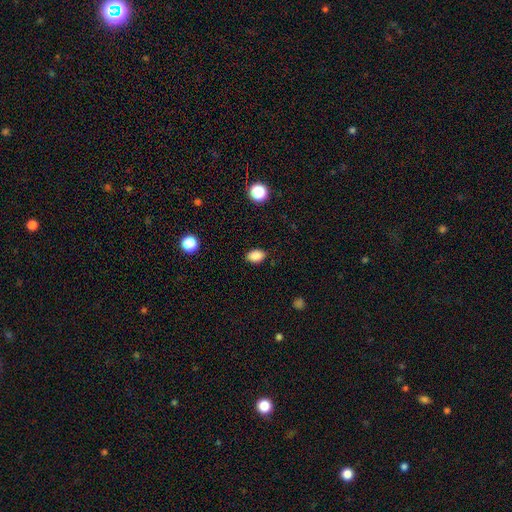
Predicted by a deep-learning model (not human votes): Smooth or featured: smooth — 87% (star or artifact — 10%)
How rounded: in between — 79% (round — 20%)
Merging: none — 87% (minor disturbance — 10%)